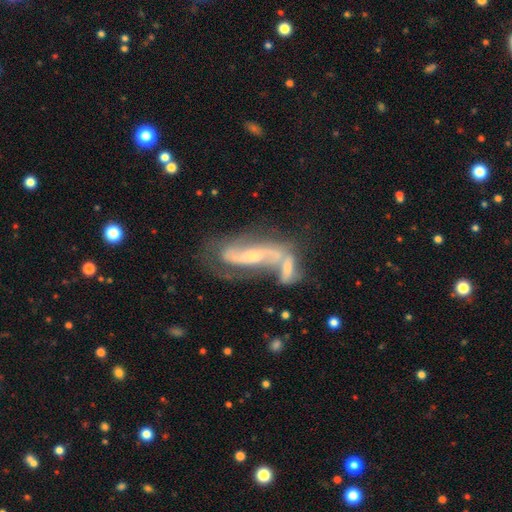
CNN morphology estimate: A featured or disk galaxy (81%) with no bar (38%), 2 (78%) loose (46%) spiral arms (90%) and a small central bulge (57%). Merging: merger (40%).